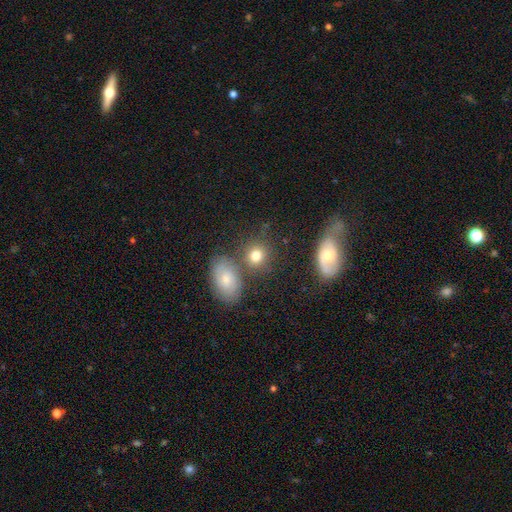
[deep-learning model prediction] This is likely a smooth galaxy (78%). How rounded: likely round (74%). Merging: likely none (68%).